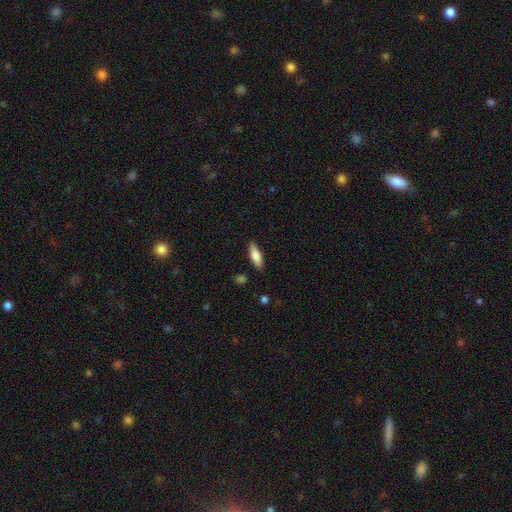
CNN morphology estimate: Smooth or featured? Predicted: smooth (p=0.77). How rounded? Predicted: in between (p=0.57). Merging? Predicted: none (p=0.86).